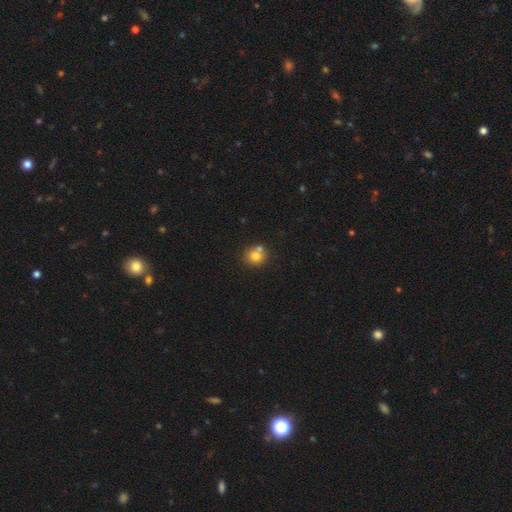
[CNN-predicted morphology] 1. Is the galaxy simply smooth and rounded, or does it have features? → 77% smooth, 12% star or artifact, 11% featured or disk.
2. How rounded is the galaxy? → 84% round, 15% in between, 1% cigar-shaped.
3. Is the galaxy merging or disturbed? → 57% none, 31% merger, 9% minor disturbance, 3% major disturbance.